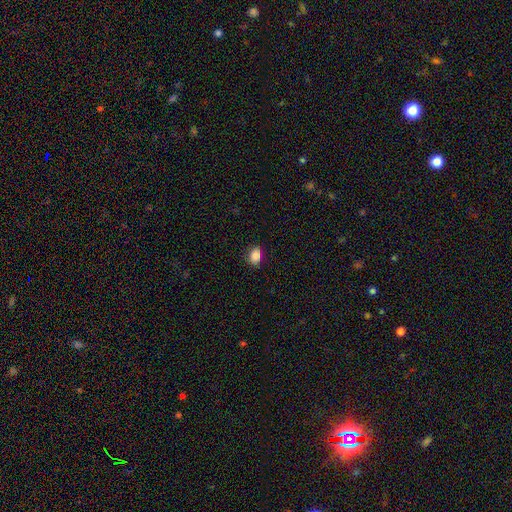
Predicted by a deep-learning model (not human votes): This is clearly a smooth galaxy (86%). How rounded: likely in between (73%). Merging: clearly none (83%).